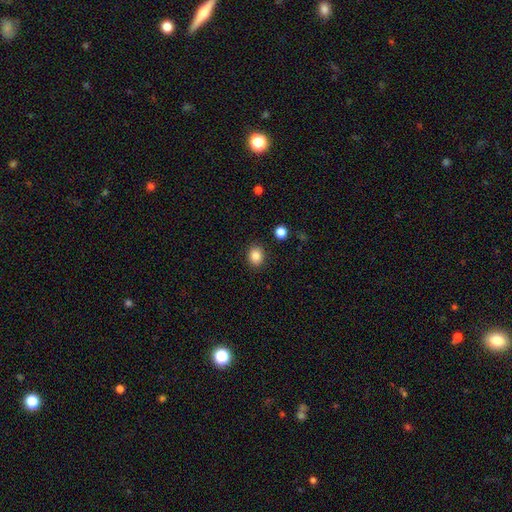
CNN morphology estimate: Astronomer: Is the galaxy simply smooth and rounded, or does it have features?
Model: smooth — 85%.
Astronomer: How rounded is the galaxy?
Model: round — 61% (runner-up: in between, 38%).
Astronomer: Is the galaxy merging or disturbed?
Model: none — 89%.